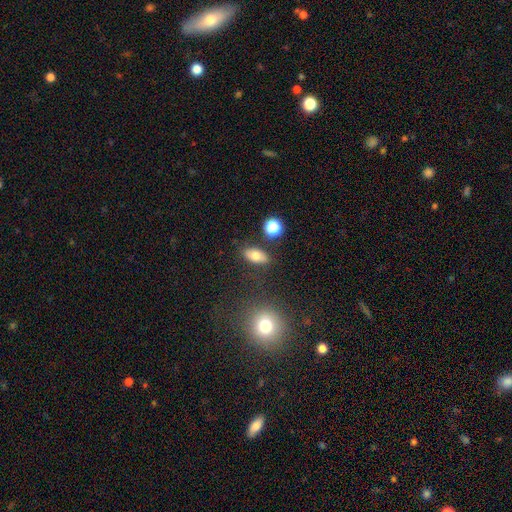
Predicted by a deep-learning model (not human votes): smooth 73%, featured or disk 17%, star or artifact 10%. Down the decision tree: how rounded — in between (83%); merging — none (81%).